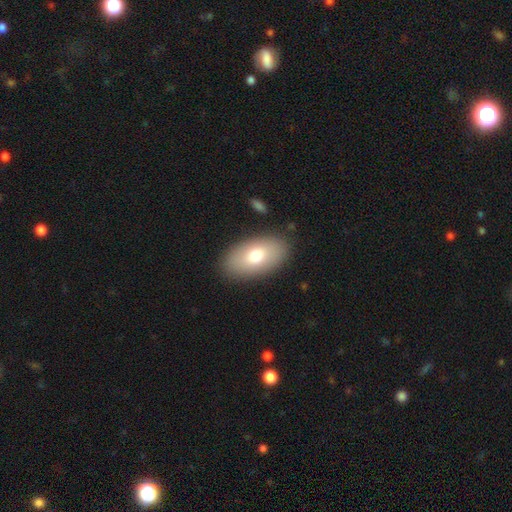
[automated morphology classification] Smooth or featured? Predicted: smooth (p=0.73). How rounded? Predicted: in between (p=0.94). Merging? Predicted: none (p=0.87).